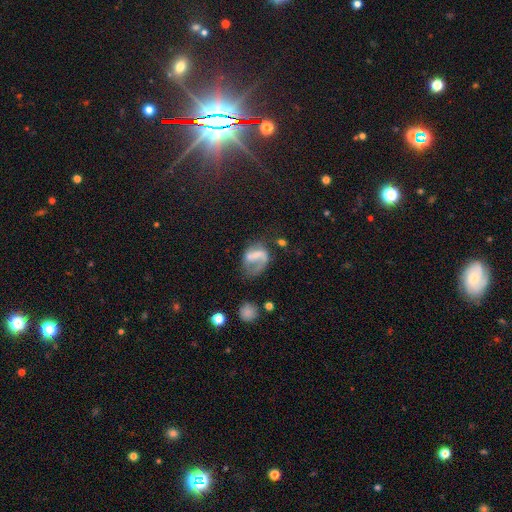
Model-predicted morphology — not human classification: Smooth or featured: featured or disk — 55% (smooth — 34%)
Edge-on disk: no — 97% (yes — 3%)
Bar: no — 38% (weak — 36%)
Spiral arms: yes — 62% (no — 38%)
Bulge size: none — 44% (small — 28%)
Merging: major disturbance — 44% (none — 29%)